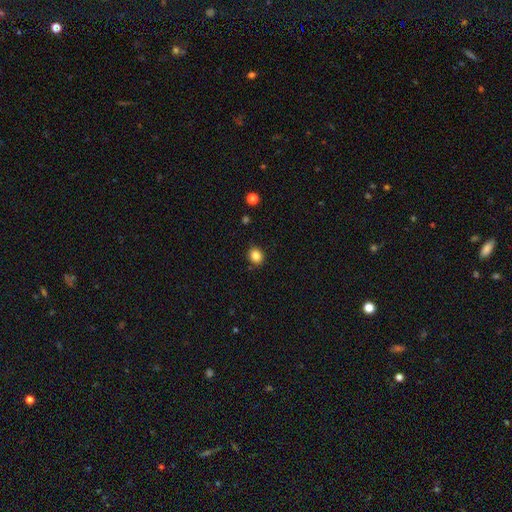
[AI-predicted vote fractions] Smooth or featured? Predicted: smooth (p=0.85). How rounded? Predicted: round (p=0.67). Merging? Predicted: none (p=0.87).